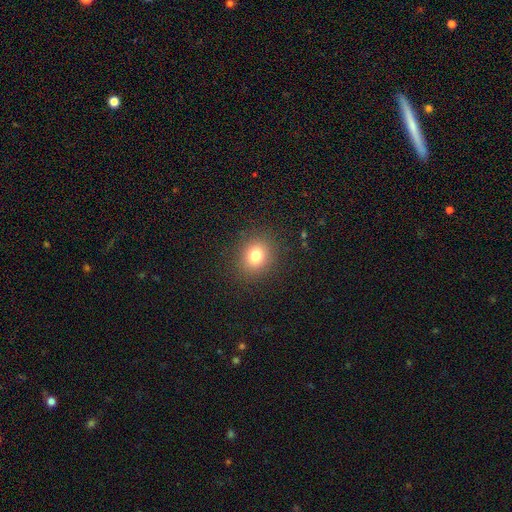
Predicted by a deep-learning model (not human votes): This is likely a smooth galaxy (79%). How rounded: likely round (73%). Merging: clearly none (89%).